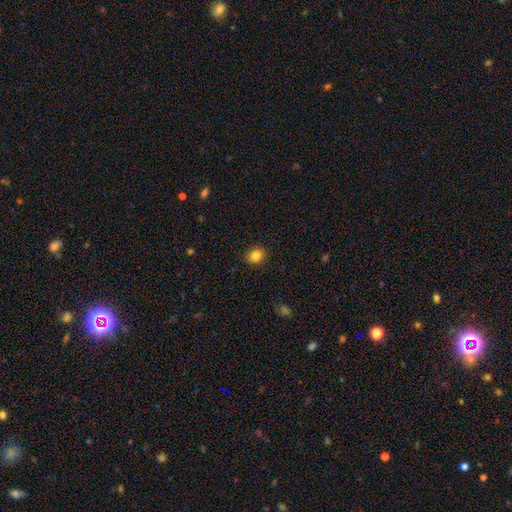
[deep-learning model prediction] A smooth galaxy with no disk features (83%) that is round (59%). Merging: none (87%).